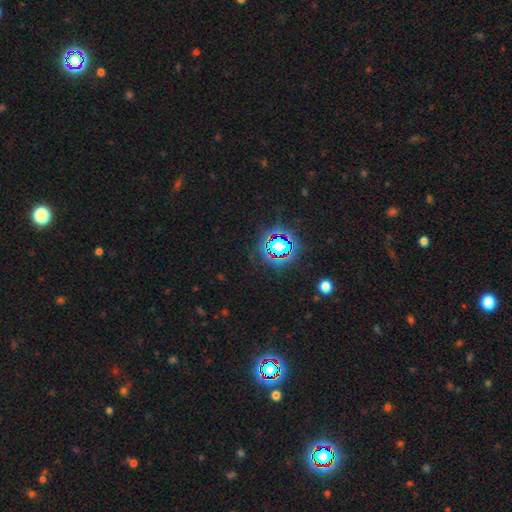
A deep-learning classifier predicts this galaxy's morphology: This appears to be a star or artifact, not a galaxy (79%).